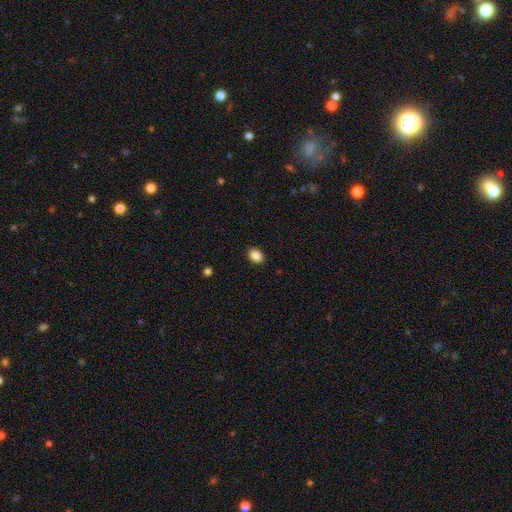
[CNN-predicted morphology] This is clearly a smooth galaxy (88%). How rounded: likely in between (68%). Merging: clearly none (90%).